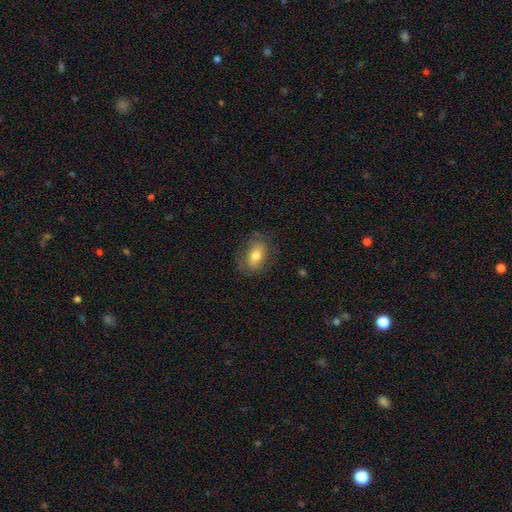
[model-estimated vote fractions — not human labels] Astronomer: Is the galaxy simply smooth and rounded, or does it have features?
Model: smooth — 69%.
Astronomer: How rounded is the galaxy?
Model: in between — 79%.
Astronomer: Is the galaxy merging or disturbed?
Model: none — 74%.